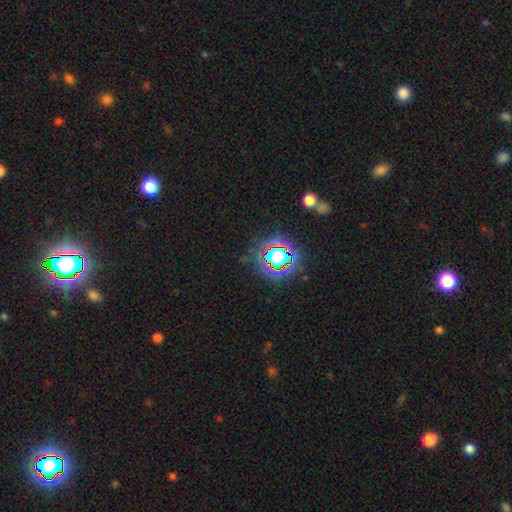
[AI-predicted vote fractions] Smooth or featured? star or artifact (81%)